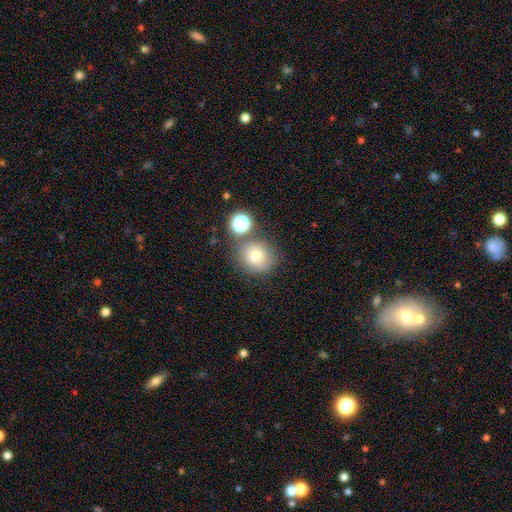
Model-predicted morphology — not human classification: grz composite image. It shows a smooth galaxy with no disk features (74%) that is round (81%). Merging: none (70%).